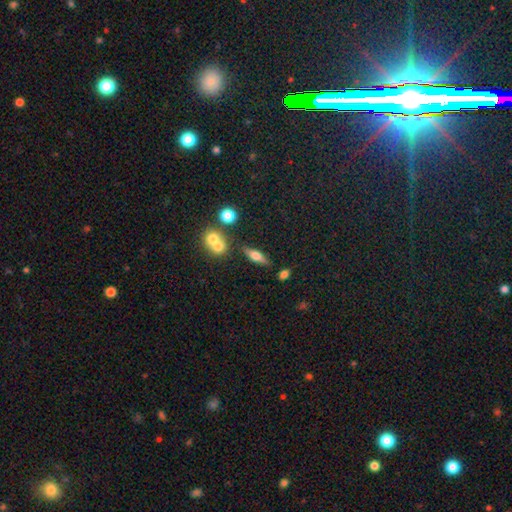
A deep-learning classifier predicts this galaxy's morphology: A featured or disk galaxy (49%).

Vote fractions:
- Smooth or featured? featured or disk: 49% / smooth: 41% / star or artifact: 9%
- Merging? none: 74% / minor disturbance: 11% / merger: 11% / major disturbance: 4%